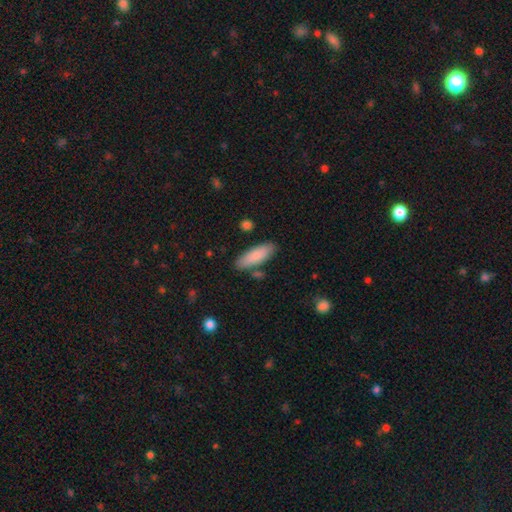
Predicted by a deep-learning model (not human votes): A smooth galaxy with no disk features (85%) that is in between round and cigar-shaped (57%).

Vote fractions:
- Smooth or featured? smooth: 85% / featured or disk: 9% / star or artifact: 6%
- How rounded? in between: 57% / cigar-shaped: 42% / round: 2%
- Merging? none: 81% / minor disturbance: 11% / merger: 5% / major disturbance: 2%